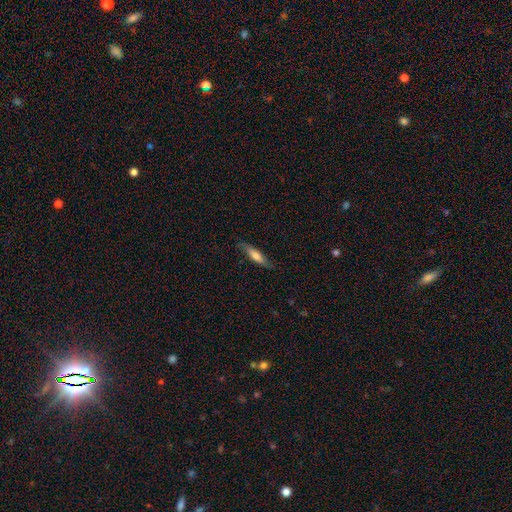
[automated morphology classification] Smooth or featured: smooth — 66% (featured or disk — 28%)
How rounded: cigar-shaped — 67% (in between — 32%)
Merging: none — 77% (minor disturbance — 18%)